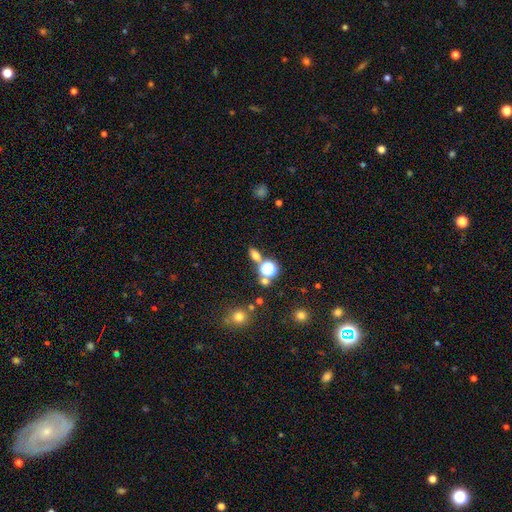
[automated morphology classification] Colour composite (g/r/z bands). It shows a smooth galaxy with no disk features (64%) that is in between round and cigar-shaped (63%). Merging: none (69%).